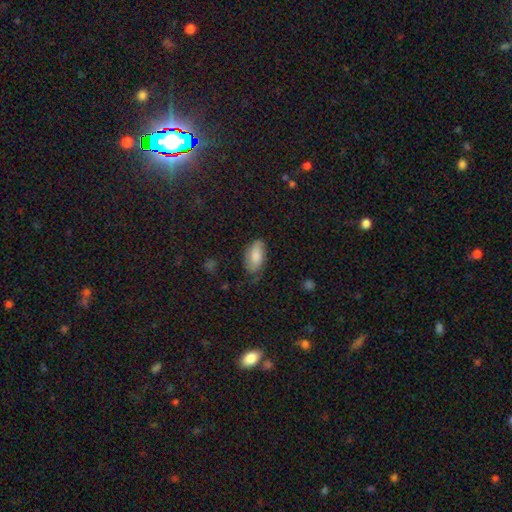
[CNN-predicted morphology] Smooth or featured?
  - smooth: 77% *
  - featured or disk: 16%
  - star or artifact: 7%
How rounded?
  - in between: 93% *
  - cigar-shaped: 4%
  - round: 3%
Merging?
  - none: 63% *
  - minor disturbance: 28%
  - major disturbance: 8%
  - merger: 2%